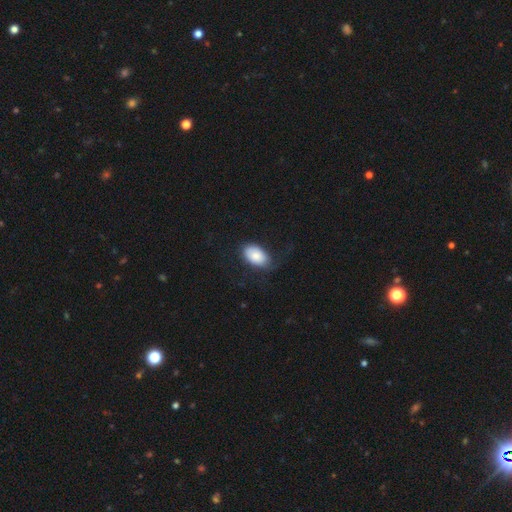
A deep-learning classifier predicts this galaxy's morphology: Smooth or featured? smooth (78%)
How rounded? in between (92%)
Merging? none (56%)